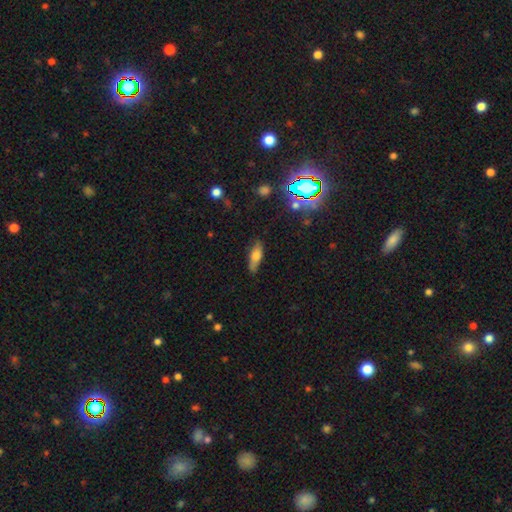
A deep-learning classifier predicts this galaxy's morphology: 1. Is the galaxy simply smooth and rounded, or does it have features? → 65% smooth, 25% featured or disk, 10% star or artifact.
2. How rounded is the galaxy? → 53% in between, 43% cigar-shaped, 3% round.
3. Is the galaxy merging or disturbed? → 77% none, 18% minor disturbance, 4% major disturbance, 2% merger.